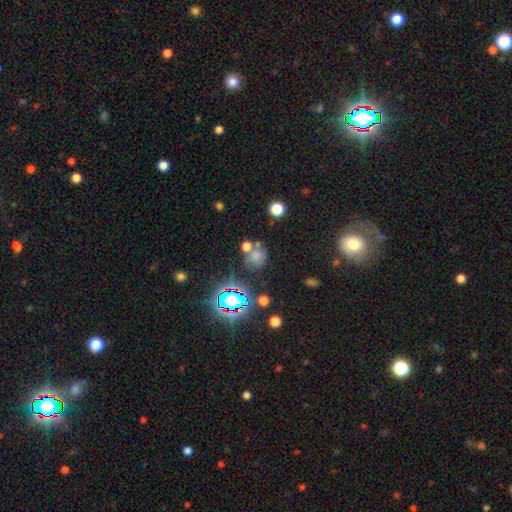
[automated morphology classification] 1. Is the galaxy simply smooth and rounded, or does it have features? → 60% smooth, 28% star or artifact, 12% featured or disk.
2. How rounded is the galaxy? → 79% round, 20% in between, 1% cigar-shaped.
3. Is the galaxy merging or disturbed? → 57% none, 23% merger, 14% minor disturbance, 7% major disturbance.